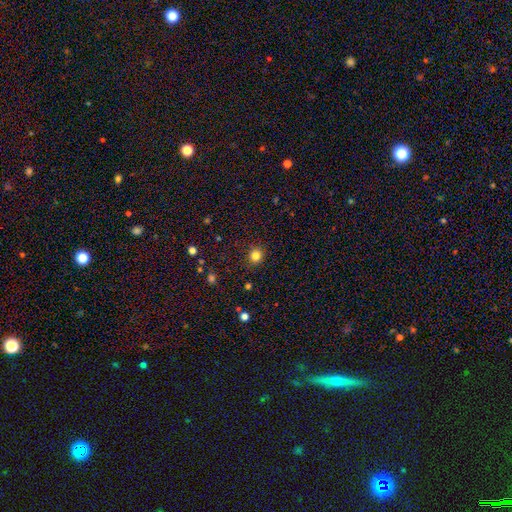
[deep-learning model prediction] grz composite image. It shows a smooth galaxy with no disk features (82%) that is round (87%). Merging: none (89%).